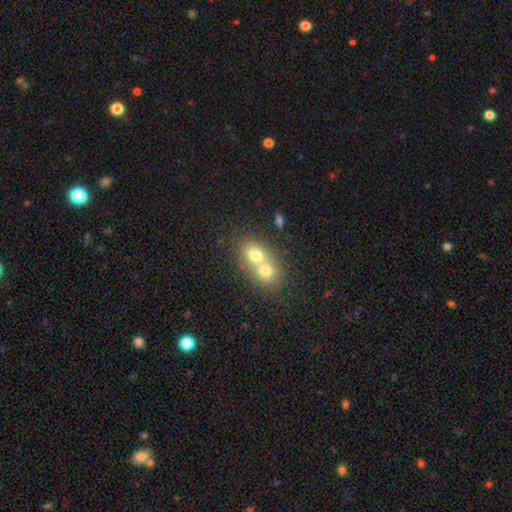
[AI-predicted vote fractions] Smooth or featured?
  - smooth: 68% *
  - featured or disk: 21%
  - star or artifact: 11%
How rounded?
  - in between: 53% *
  - round: 45%
  - cigar-shaped: 1%
Merging?
  - merger: 71% *
  - none: 21%
  - minor disturbance: 5%
  - major disturbance: 2%